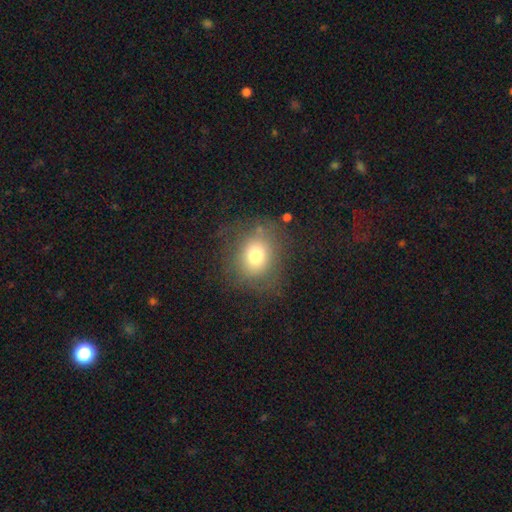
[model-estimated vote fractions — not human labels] This appears to be a smooth galaxy with no disk features (74%) that is round (66%). Merging: none (73%).